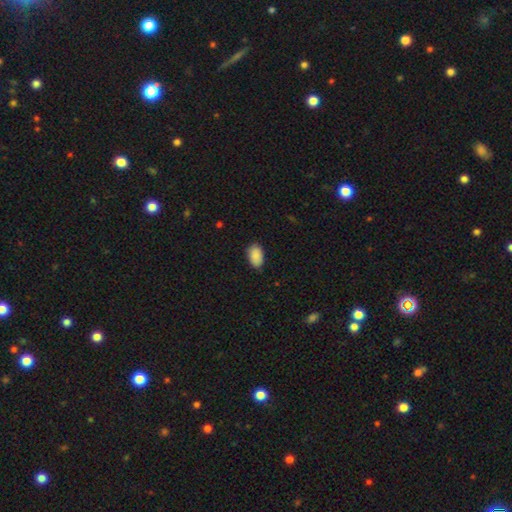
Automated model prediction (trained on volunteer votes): This appears to be a smooth galaxy with no disk features (90%) that is in between round and cigar-shaped (92%). Merging: none (85%).